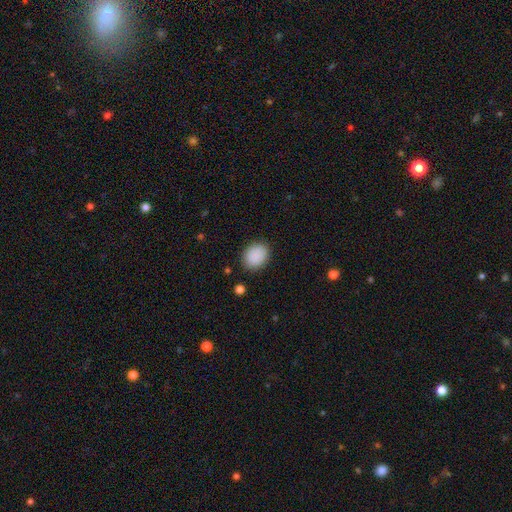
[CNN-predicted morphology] A smooth galaxy with no disk features (89%) that is in between round and cigar-shaped (53%).

Vote fractions:
- Smooth or featured? smooth: 89% / star or artifact: 8% / featured or disk: 3%
- How rounded? in between: 53% / round: 46% / cigar-shaped: 1%
- Merging? none: 88% / minor disturbance: 9% / major disturbance: 2% / merger: 1%